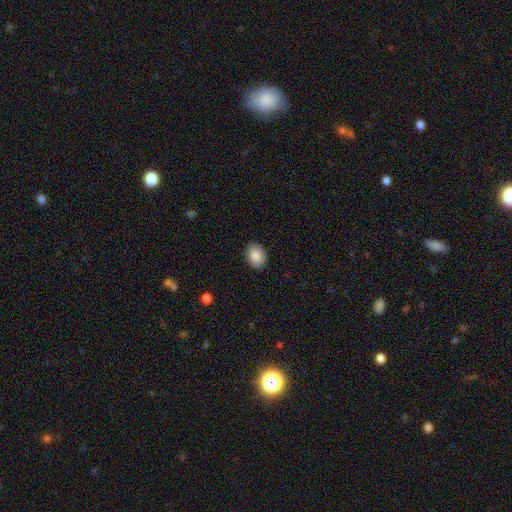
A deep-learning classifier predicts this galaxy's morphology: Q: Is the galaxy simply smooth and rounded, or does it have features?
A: smooth — 89%.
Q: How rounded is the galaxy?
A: in between — 72%.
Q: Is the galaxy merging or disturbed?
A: none — 89%.